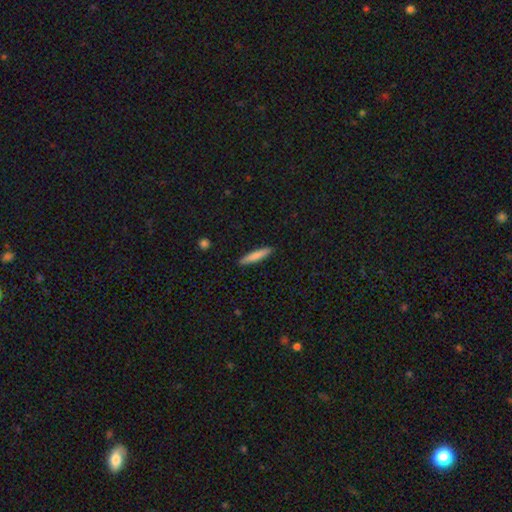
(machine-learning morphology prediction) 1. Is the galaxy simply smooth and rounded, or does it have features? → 79% smooth, 15% featured or disk, 5% star or artifact.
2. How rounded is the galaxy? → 91% cigar-shaped, 8% in between, 1% round.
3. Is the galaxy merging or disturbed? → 91% none, 6% minor disturbance, 1% major disturbance, 1% merger.